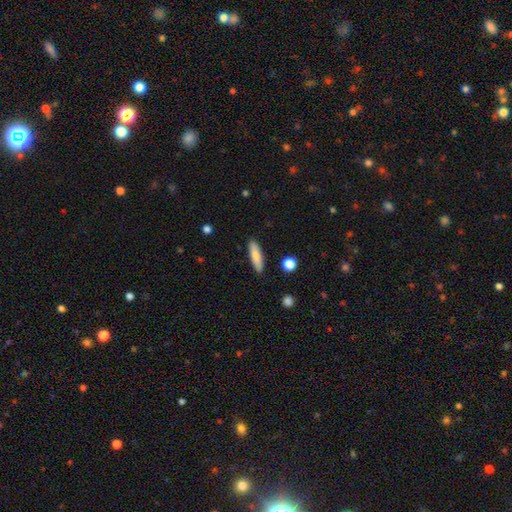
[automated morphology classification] This is likely a smooth galaxy (79%). How rounded: likely cigar-shaped (70%). Merging: clearly none (88%).